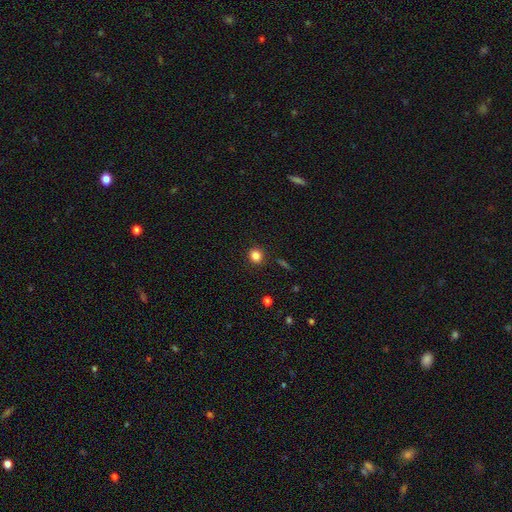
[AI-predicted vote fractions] This appears to be a smooth galaxy with no disk features (84%) that is round (85%). Merging: none (90%).